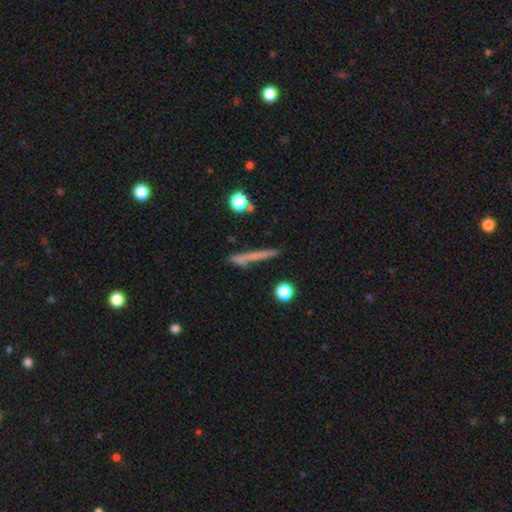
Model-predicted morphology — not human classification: Smooth or featured?
  - smooth: 56% *
  - featured or disk: 35%
  - star or artifact: 9%
How rounded?
  - cigar-shaped: 93% *
  - in between: 4%
  - round: 4%
Merging?
  - none: 76% *
  - minor disturbance: 14%
  - merger: 6%
  - major disturbance: 4%